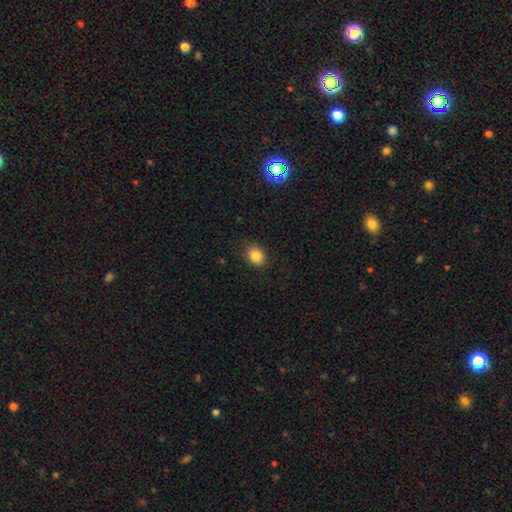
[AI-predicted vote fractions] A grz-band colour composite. It shows a smooth galaxy with no disk features (85%) that is round (53%). Merging: none (85%).